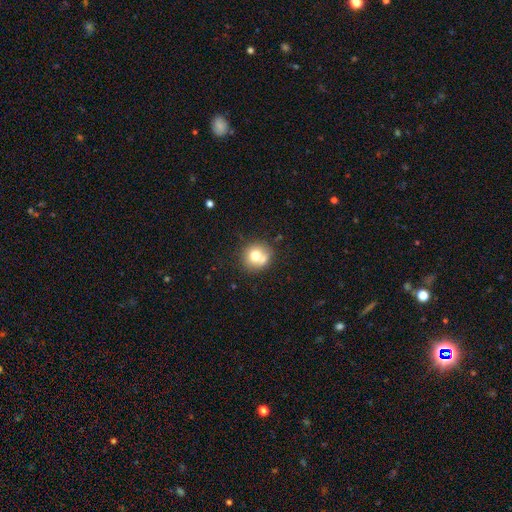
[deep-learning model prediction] Overall: smooth (71%). How rounded: round (87%). Merging: none (58%; merger 23%).